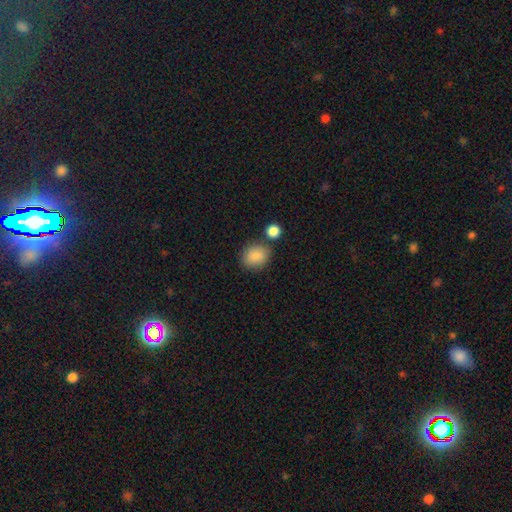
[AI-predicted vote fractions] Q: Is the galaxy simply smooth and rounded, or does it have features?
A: smooth — 88%.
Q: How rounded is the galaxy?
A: round — 59%.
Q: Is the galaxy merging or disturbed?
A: none — 73%.